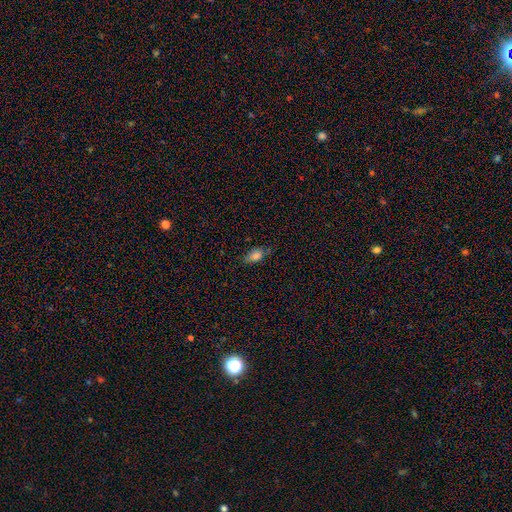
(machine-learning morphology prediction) smooth_or_featured: smooth (p=0.80) [alt: star or artifact p=0.11]
how_rounded: in between (p=0.87) [alt: cigar-shaped p=0.07]
merging: none (p=0.67) [alt: minor disturbance p=0.25]